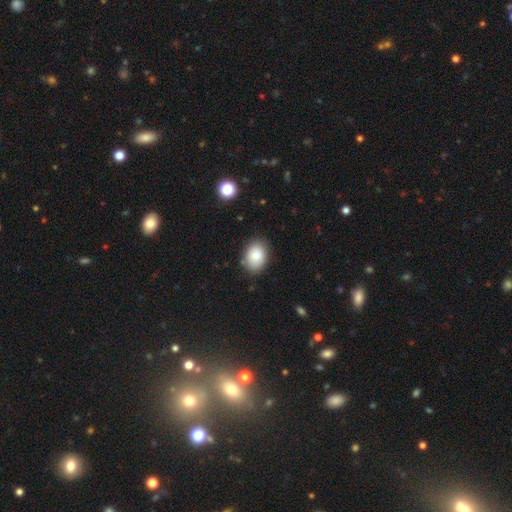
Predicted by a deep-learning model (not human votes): Morphology: type=smooth (83%); roundness=in between (72%); merging=none (83%).